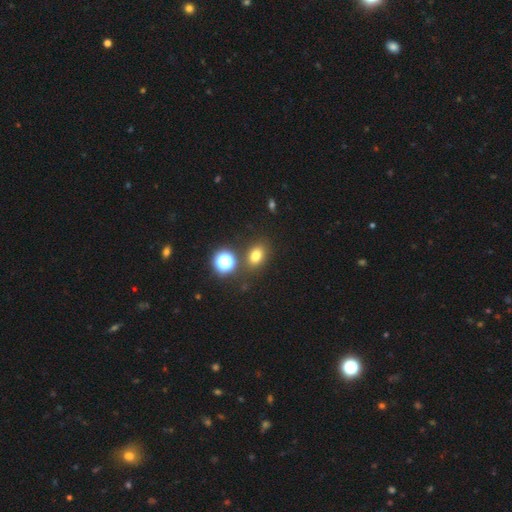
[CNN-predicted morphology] smooth 74%, star or artifact 18%, featured or disk 8%. Down the decision tree: how rounded — in between (65%); merging — none (79%).